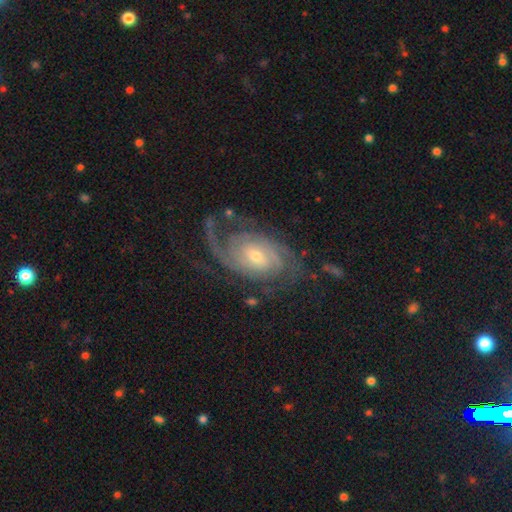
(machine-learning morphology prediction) Q: Smooth or featured?
A: featured or disk (90%); runner-up: star or artifact (5%)
Q: Edge-on disk?
A: no (97%); runner-up: yes (3%)
Q: Bar?
A: no (56%); runner-up: weak (33%)
Q: Spiral arms?
A: yes (98%); runner-up: no (2%)
Q: Spiral winding?
A: tight (54%); runner-up: medium (35%)
Q: Spiral arm count?
A: 2 (57%); runner-up: 3 (14%)
Q: Bulge size?
A: small (52%); runner-up: moderate (44%)
Q: Merging?
A: none (71%); runner-up: minor disturbance (16%)